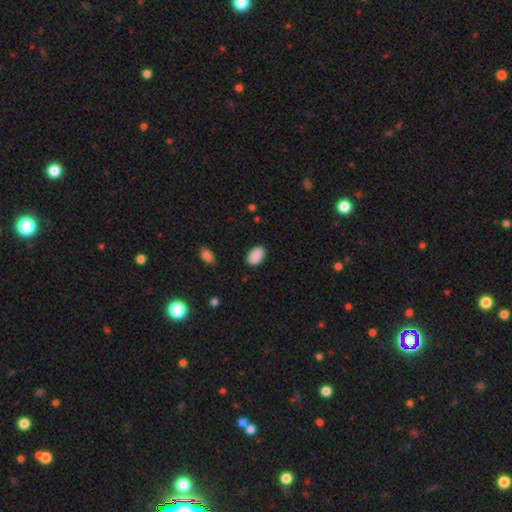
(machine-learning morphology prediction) This appears to be a smooth galaxy with no disk features (90%) that is in between round and cigar-shaped (92%). Merging: none (87%).